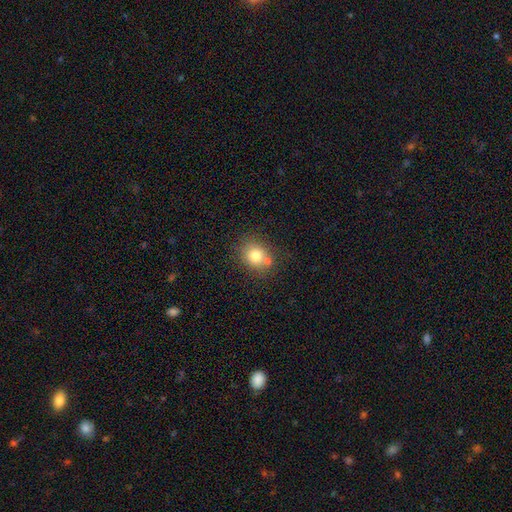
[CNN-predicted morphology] The model was most divided on "merging": none: 60%, merger: 24%, minor disturbance: 12%, major disturbance: 4%. More confident: smooth or featured — smooth (77%); how rounded — round (75%).